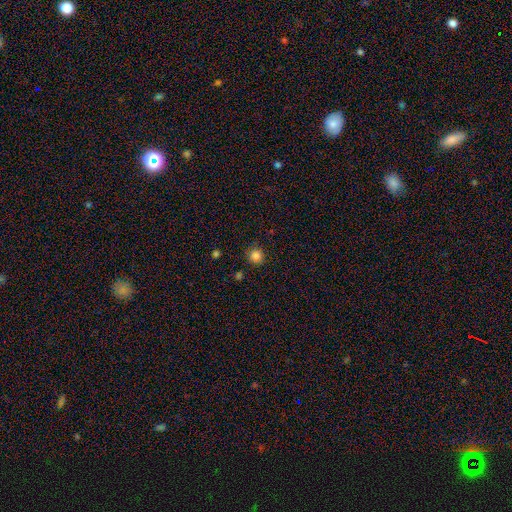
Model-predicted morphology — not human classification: Smooth or featured? smooth (84%)
How rounded? round (93%)
Merging? none (89%)